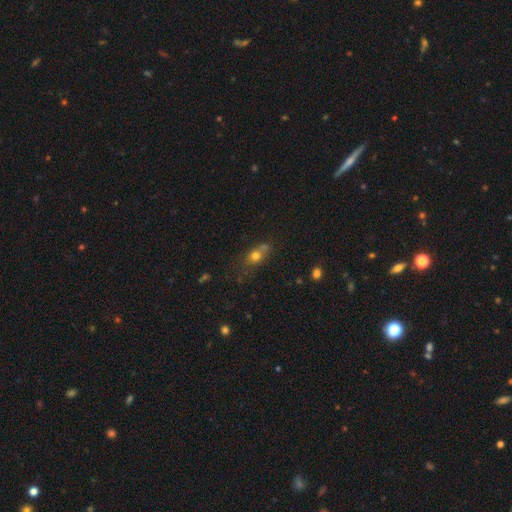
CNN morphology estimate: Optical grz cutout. It shows a smooth galaxy with no disk features (73%) that is in between round and cigar-shaped (49%). Merging: none (46%).